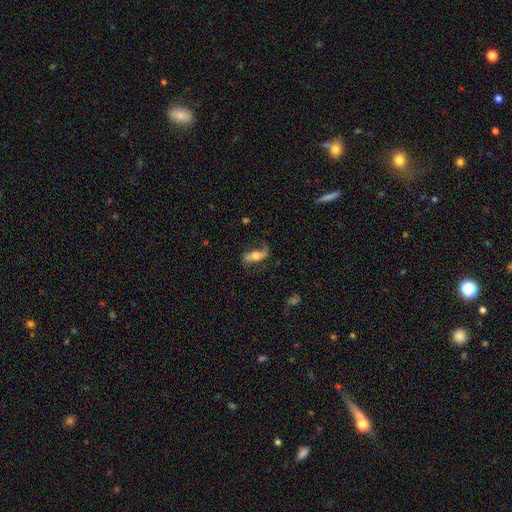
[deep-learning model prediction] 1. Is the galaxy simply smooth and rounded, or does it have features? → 63% featured or disk, 30% smooth, 7% star or artifact.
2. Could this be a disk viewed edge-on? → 82% no, 18% yes.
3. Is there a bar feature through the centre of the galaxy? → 38% no, 35% strong, 27% weak.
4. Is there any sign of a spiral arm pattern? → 86% yes, 14% no.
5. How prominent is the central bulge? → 58% moderate, 20% small, 16% large, 3% none, 3% dominant.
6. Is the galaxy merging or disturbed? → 68% none, 19% minor disturbance, 12% major disturbance, 2% merger.